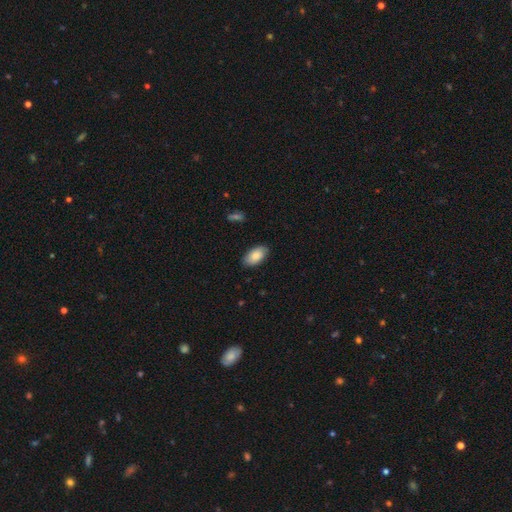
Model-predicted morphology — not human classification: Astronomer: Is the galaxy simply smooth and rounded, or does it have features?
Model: smooth — 84%.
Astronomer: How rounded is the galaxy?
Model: in between — 95%.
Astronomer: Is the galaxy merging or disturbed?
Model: none — 84%.